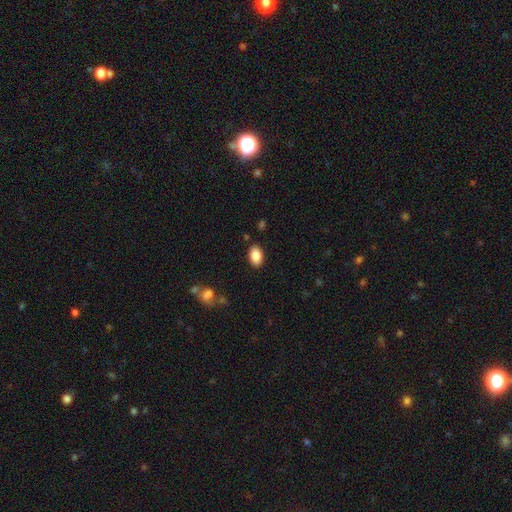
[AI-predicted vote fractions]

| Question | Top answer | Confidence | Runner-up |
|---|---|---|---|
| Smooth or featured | smooth | 87% | star or artifact (8%) |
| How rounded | in between | 91% | round (8%) |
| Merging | none | 87% | minor disturbance (9%) |